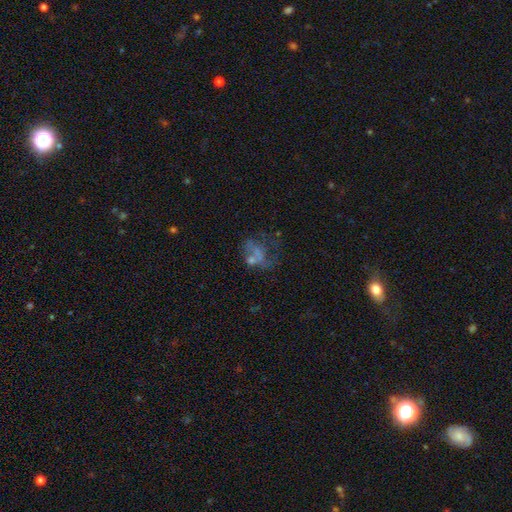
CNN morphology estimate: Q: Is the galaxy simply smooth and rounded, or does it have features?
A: featured or disk — 46%.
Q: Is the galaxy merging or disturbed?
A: major disturbance — 36%.